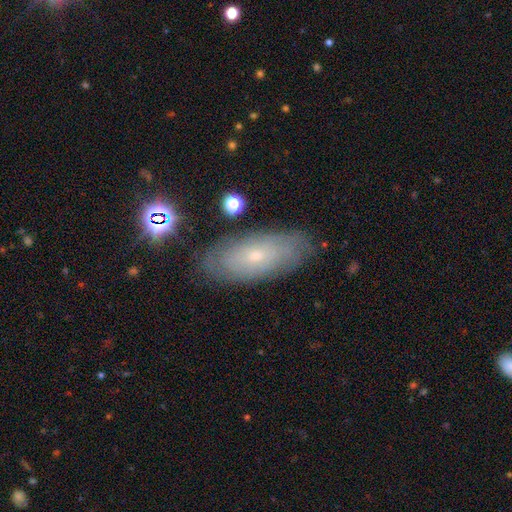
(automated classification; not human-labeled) smooth-or-featured: featured or disk: 51% | smooth: 39% | star or artifact: 10%
  disk-edge-on: no: 84% | yes: 16%
  merging: none: 81% | minor disturbance: 14% | major disturbance: 4% | merger: 2%